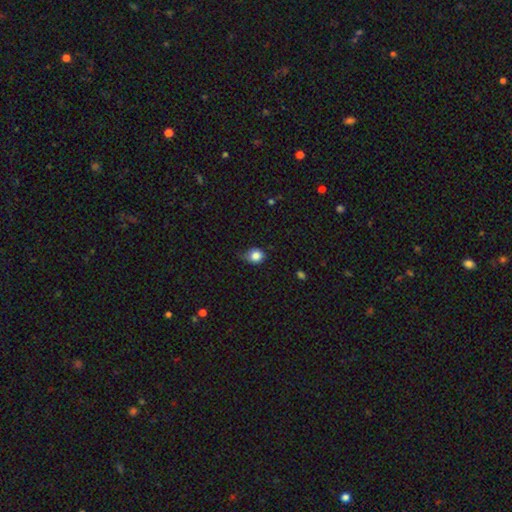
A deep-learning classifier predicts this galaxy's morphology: The model was most divided on "merging": none: 52%, minor disturbance: 37%, major disturbance: 9%, merger: 2%. More confident: smooth or featured — smooth (84%); how rounded — round (71%).